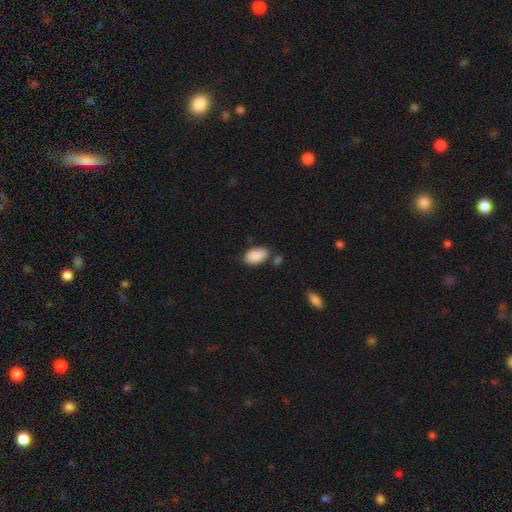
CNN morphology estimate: A smooth galaxy with no disk features (89%) that is in between round and cigar-shaped (94%). Merging: none (67%).